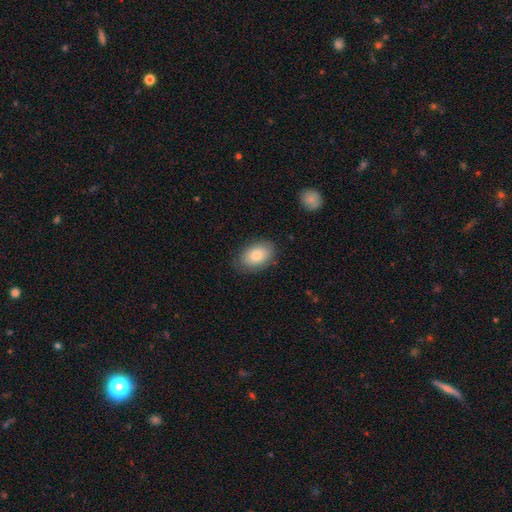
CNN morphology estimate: This is clearly a smooth galaxy (80%). How rounded: clearly in between (87%). Merging: clearly none (82%).